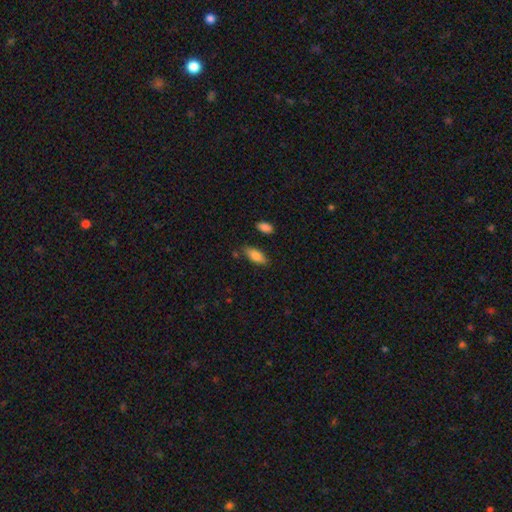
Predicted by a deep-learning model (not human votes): This is clearly a smooth galaxy (81%). How rounded: clearly in between (80%). Merging: likely none (78%).